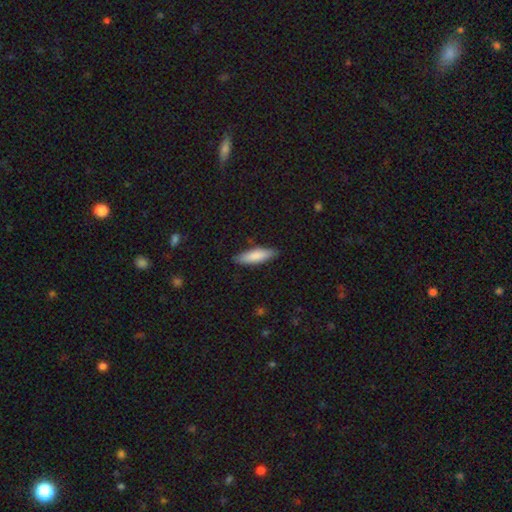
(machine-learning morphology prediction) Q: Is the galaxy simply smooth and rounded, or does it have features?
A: smooth — 81%.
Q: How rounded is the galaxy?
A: cigar-shaped — 62%.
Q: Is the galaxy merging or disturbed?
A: none — 86%.